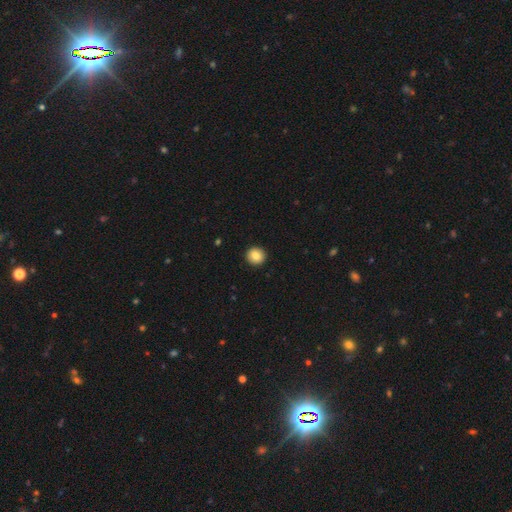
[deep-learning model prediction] Overall: smooth (85%). How rounded: round (93%). Merging: none (93%).